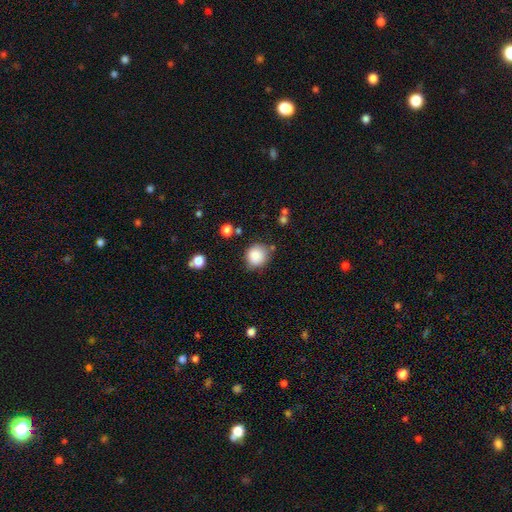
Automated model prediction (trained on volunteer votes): This is clearly a smooth galaxy (86%). How rounded: clearly round (88%). Merging: likely none (75%).